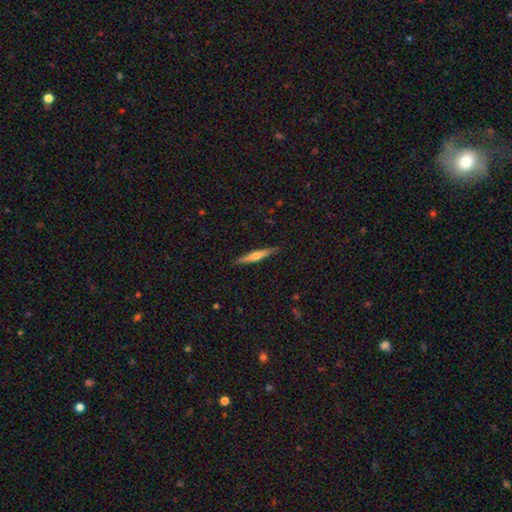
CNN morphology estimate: A featured or disk galaxy (59%) viewed edge-on (97%) with a rounded central bulge (74%).

Vote fractions:
- Smooth or featured? featured or disk: 59% / smooth: 35% / star or artifact: 6%
- Edge-on disk? yes: 97% / no: 3%
- Edge-on bulge? rounded: 74% / none: 13% / boxy: 13%
- Merging? none: 89% / minor disturbance: 8% / major disturbance: 2% / merger: 1%